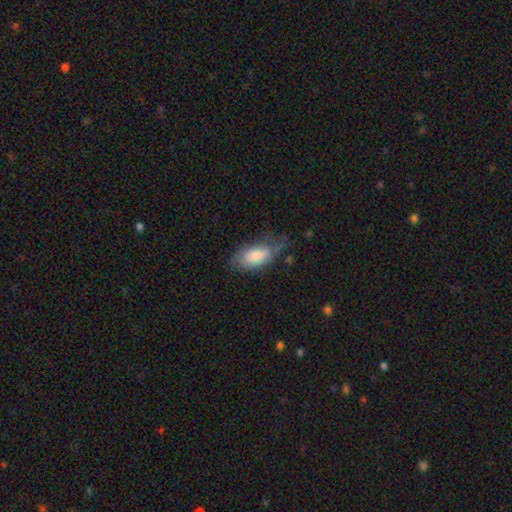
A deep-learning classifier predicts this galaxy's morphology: Overall: smooth (72%). How rounded: in between (91%). Merging: none (47%; minor disturbance 35%).